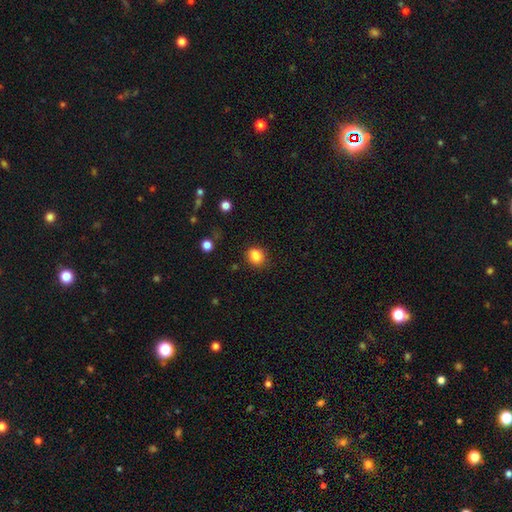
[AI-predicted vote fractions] Morphology: type=smooth (85%); roundness=round (57%); merging=none (74%).